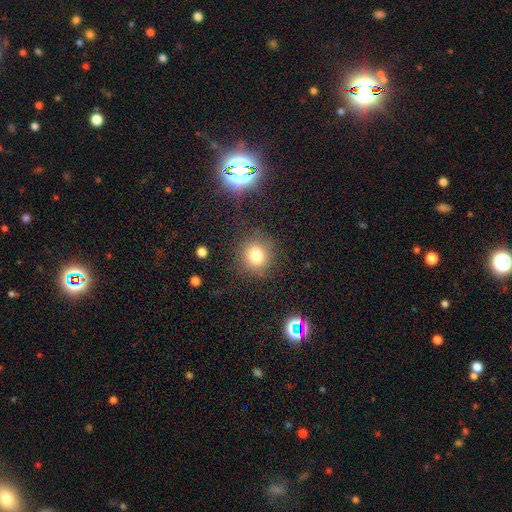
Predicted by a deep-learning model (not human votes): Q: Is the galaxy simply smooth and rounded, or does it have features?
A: smooth — 78%.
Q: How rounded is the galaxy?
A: round — 88%.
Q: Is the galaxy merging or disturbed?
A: none — 84%.